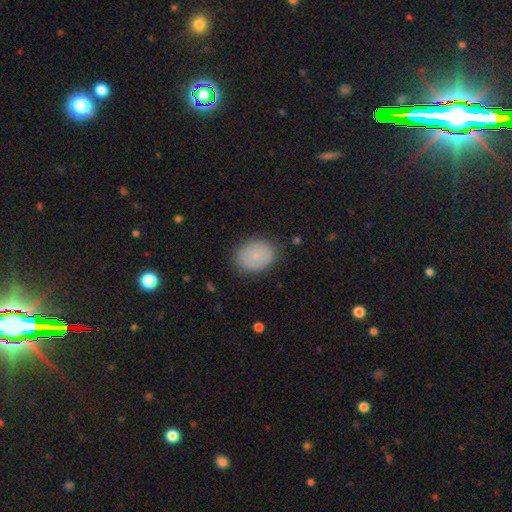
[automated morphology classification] This is likely a smooth galaxy (76%). How rounded: likely in between (62%). Merging: clearly none (84%).